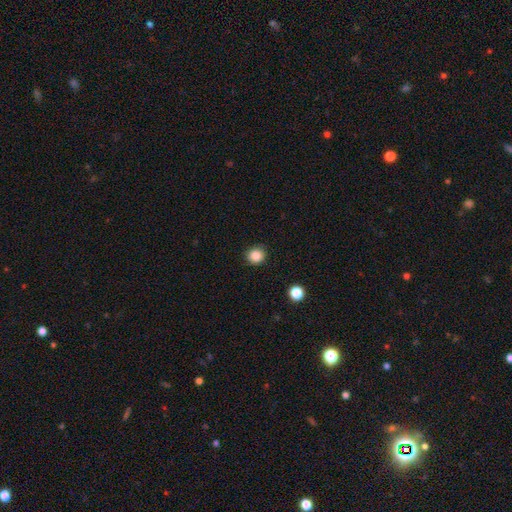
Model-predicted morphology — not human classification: Smooth or featured? Predicted: smooth (p=0.86). How rounded? Predicted: round (p=0.90). Merging? Predicted: none (p=0.90).